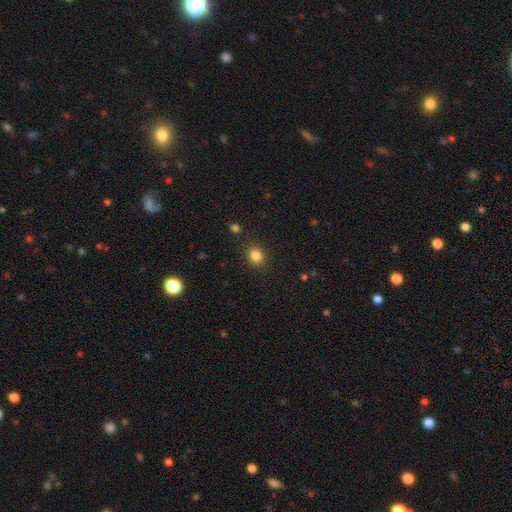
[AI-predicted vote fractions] smooth 84%, star or artifact 12%, featured or disk 4%. Down the decision tree: how rounded — round (70%); merging — none (88%).